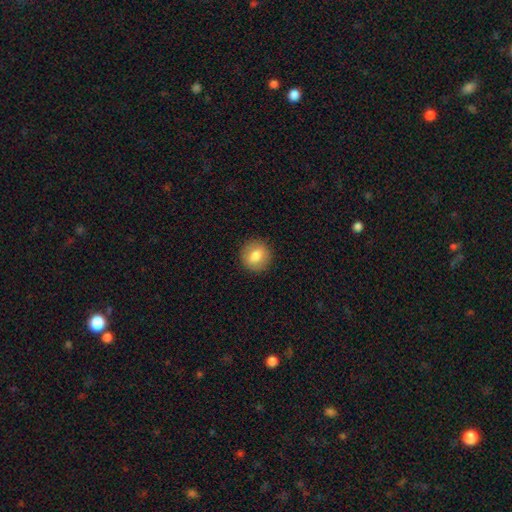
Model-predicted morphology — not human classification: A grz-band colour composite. It shows a smooth galaxy with no disk features (77%) that is round (85%). Merging: none (89%).